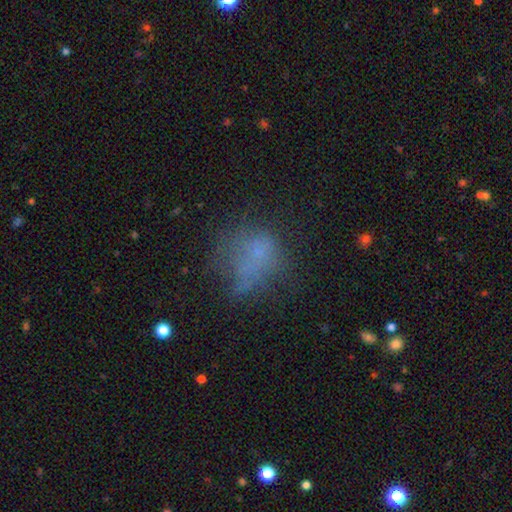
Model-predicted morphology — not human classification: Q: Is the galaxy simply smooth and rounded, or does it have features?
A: smooth — 53%.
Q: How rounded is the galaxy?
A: round — 56%.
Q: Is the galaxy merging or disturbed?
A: none — 41%.